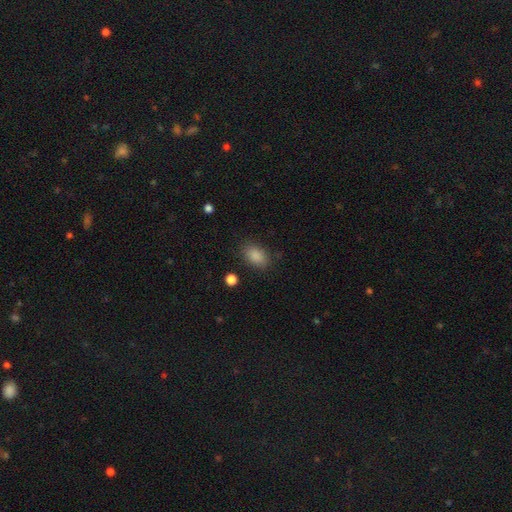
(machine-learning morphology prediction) A smooth galaxy with no disk features (87%) that is in between round and cigar-shaped (86%). Merging: none (82%).